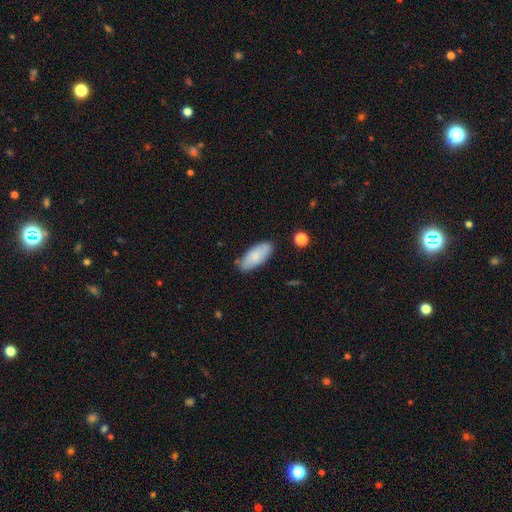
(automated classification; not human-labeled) Smooth or featured? smooth (75%)
How rounded? in between (85%)
Merging? none (77%)